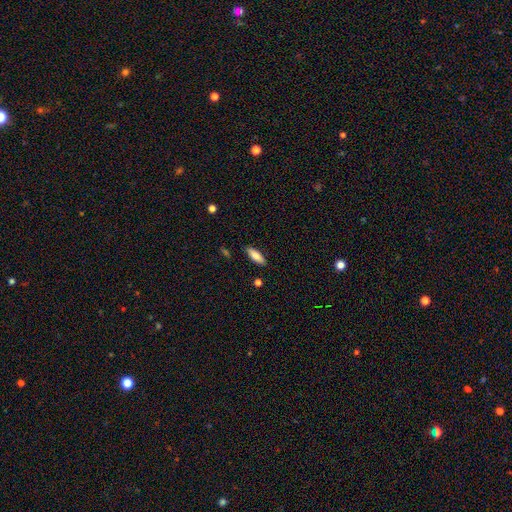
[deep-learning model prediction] Smooth or featured: smooth — 78% (featured or disk — 15%)
How rounded: in between — 66% (cigar-shaped — 32%)
Merging: none — 86% (minor disturbance — 10%)